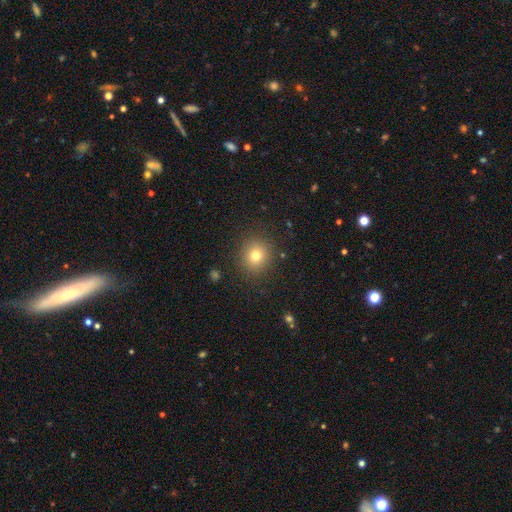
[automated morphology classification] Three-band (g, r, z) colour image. It shows a smooth galaxy with no disk features (77%) that is round (85%). Merging: none (88%).